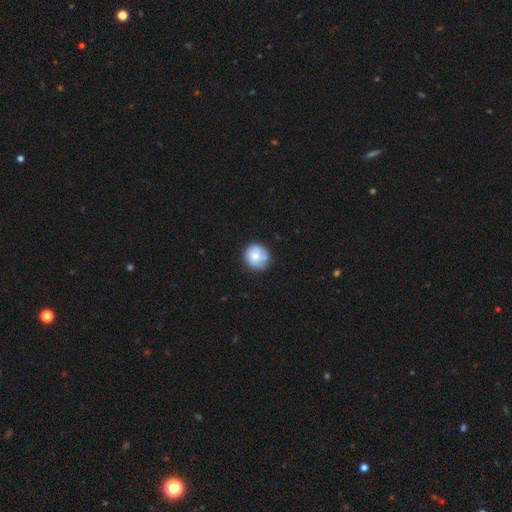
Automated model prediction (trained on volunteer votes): Overall: smooth (60%; featured or disk 33%). How rounded: round (88%). Merging: none (70%).